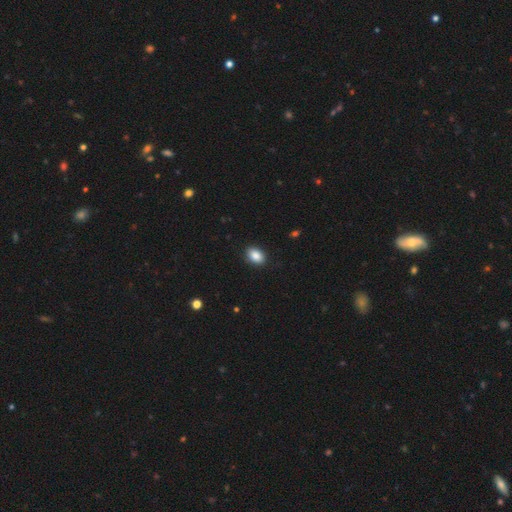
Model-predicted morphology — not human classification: This is clearly a smooth galaxy (88%). How rounded: likely in between (79%). Merging: clearly none (89%).